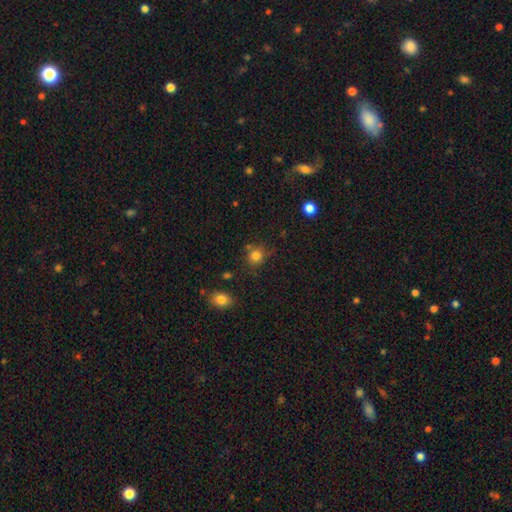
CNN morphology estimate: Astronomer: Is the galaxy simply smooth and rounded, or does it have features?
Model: smooth — 82%.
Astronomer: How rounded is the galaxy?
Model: round — 84%.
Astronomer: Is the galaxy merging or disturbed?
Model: none — 73%.